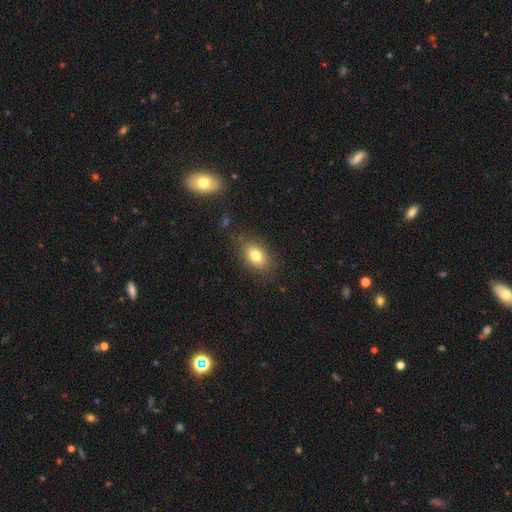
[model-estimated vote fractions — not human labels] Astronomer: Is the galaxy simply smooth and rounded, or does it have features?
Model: smooth — 78%.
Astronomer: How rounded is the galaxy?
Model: in between — 80%.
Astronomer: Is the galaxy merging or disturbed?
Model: none — 76%.